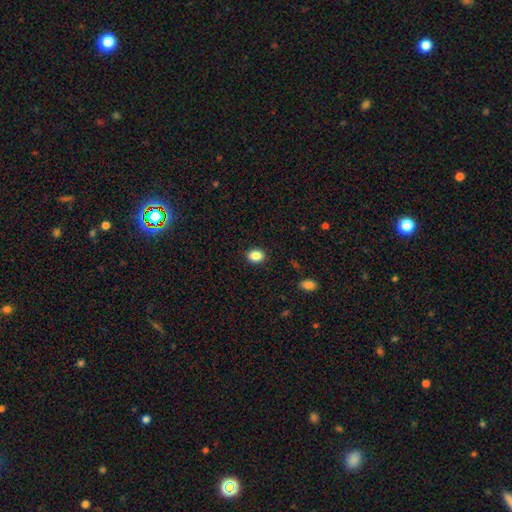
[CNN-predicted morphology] The model was most divided on "how rounded": in between: 61%, round: 38%, cigar-shaped: 1%. More confident: merging — none (89%); smooth or featured — smooth (86%).